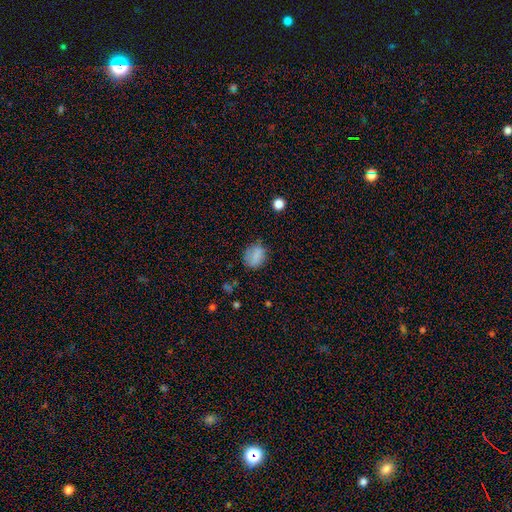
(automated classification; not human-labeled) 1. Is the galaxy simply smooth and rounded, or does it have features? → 80% smooth, 10% star or artifact, 9% featured or disk.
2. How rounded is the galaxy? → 52% in between, 46% round, 2% cigar-shaped.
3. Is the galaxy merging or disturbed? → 73% none, 19% minor disturbance, 6% major disturbance, 2% merger.